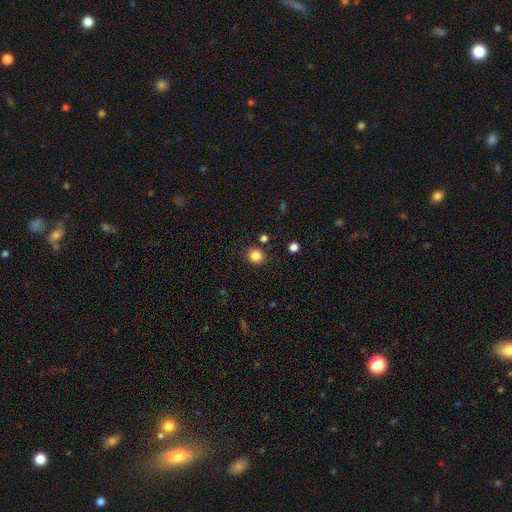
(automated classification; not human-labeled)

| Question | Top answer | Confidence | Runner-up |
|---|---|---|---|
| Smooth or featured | smooth | 84% | star or artifact (12%) |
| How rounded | round | 88% | in between (11%) |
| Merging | none | 87% | minor disturbance (7%) |